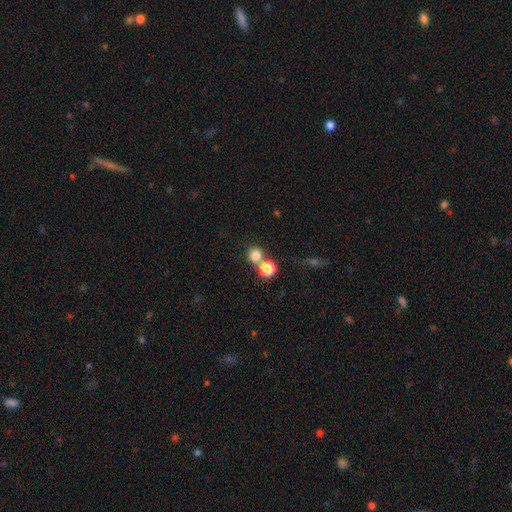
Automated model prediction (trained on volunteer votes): Smooth or featured?
  - smooth: 80% *
  - star or artifact: 13%
  - featured or disk: 7%
How rounded?
  - round: 87% *
  - in between: 12%
  - cigar-shaped: 1%
Merging?
  - none: 55% *
  - merger: 35%
  - minor disturbance: 6%
  - major disturbance: 3%